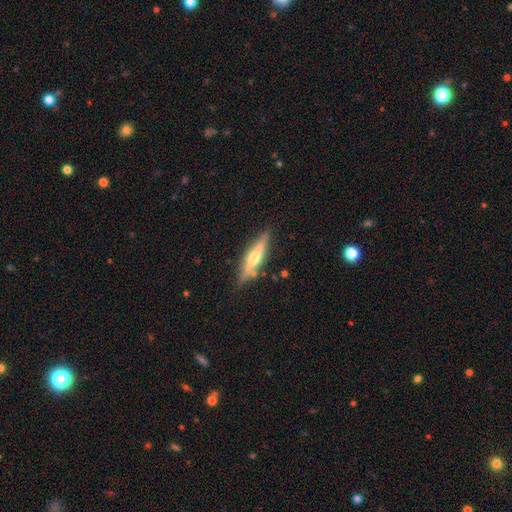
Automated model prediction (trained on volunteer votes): Q: Smooth or featured?
A: featured or disk (66%); runner-up: smooth (28%)
Q: Edge-on disk?
A: yes (96%); runner-up: no (4%)
Q: Edge-on bulge?
A: rounded (83%); runner-up: none (9%)
Q: Merging?
A: none (84%); runner-up: minor disturbance (11%)